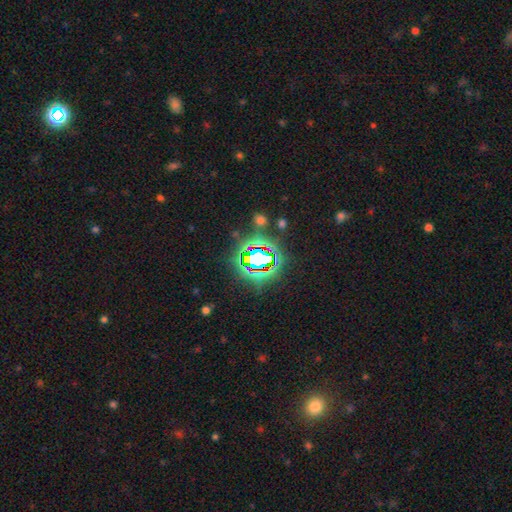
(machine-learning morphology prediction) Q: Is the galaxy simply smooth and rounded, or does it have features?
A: star or artifact — 80%.